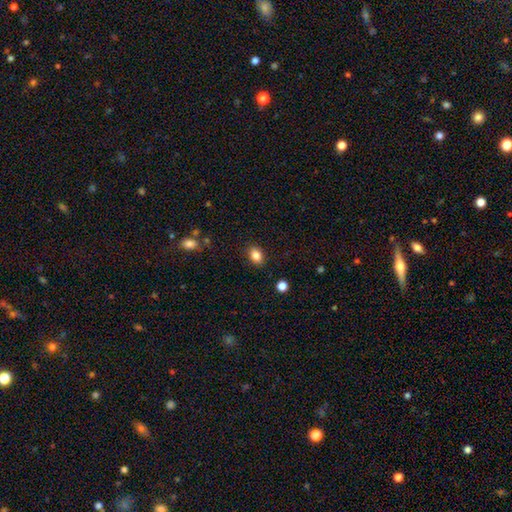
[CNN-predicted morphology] A smooth galaxy with no disk features (85%) that is in between round and cigar-shaped (72%). Merging: none (86%).